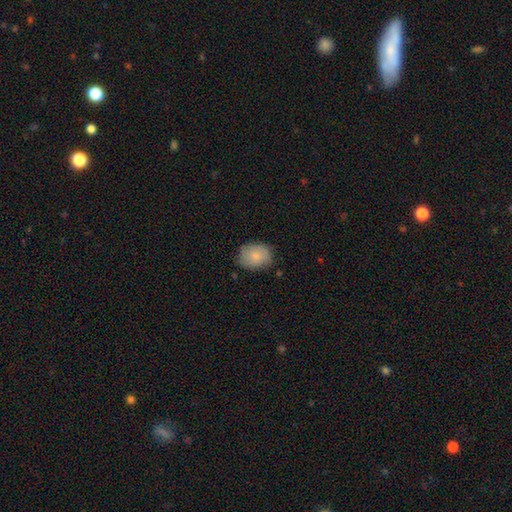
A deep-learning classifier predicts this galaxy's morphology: smooth_or_featured: smooth (p=0.78) [alt: featured or disk p=0.15]
how_rounded: in between (p=0.61) [alt: round p=0.38]
merging: none (p=0.73) [alt: minor disturbance p=0.22]